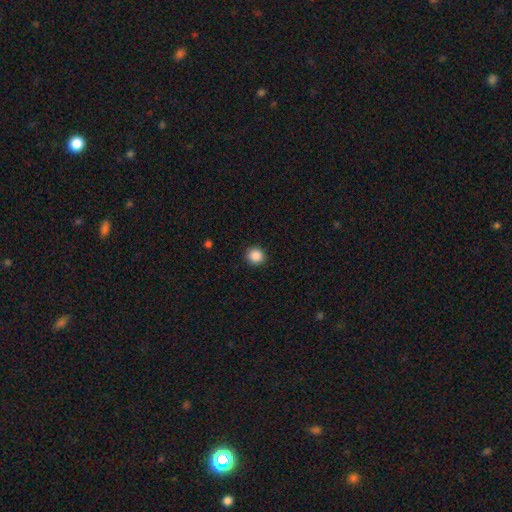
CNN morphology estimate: type=smooth (88%); roundness=round (93%); merging=none (92%).